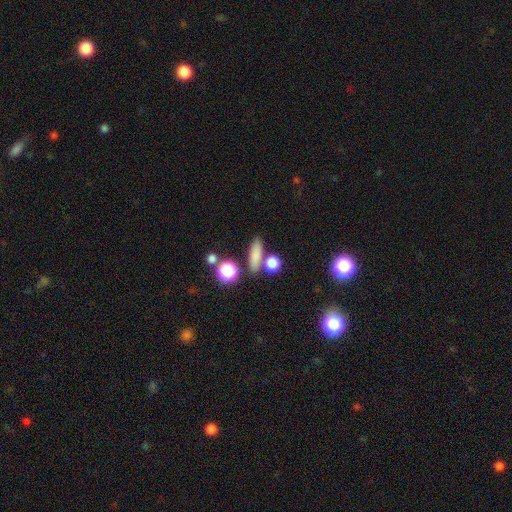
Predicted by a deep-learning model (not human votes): The model was most divided on "how rounded": in between: 44%, cigar-shaped: 40%, round: 16%. More confident: smooth or featured — smooth (79%); merging — none (73%).